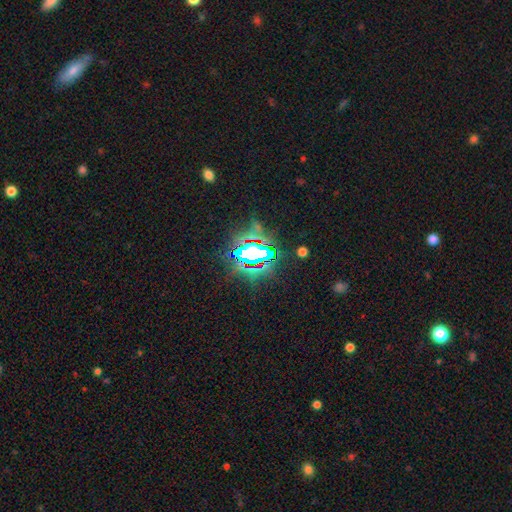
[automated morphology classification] type=star or artifact (82%).